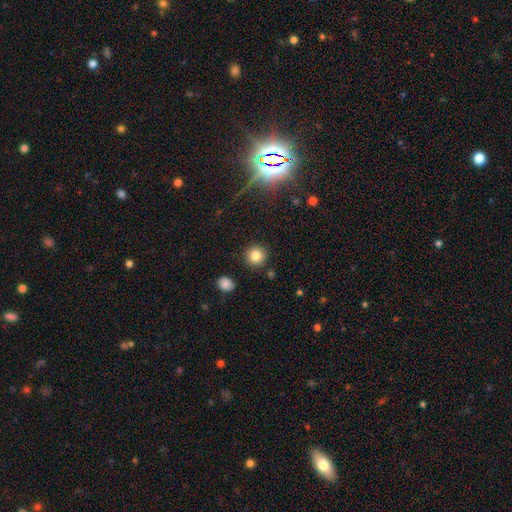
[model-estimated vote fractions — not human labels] This appears to be a smooth galaxy with no disk features (82%) that is round (93%). Merging: none (89%).